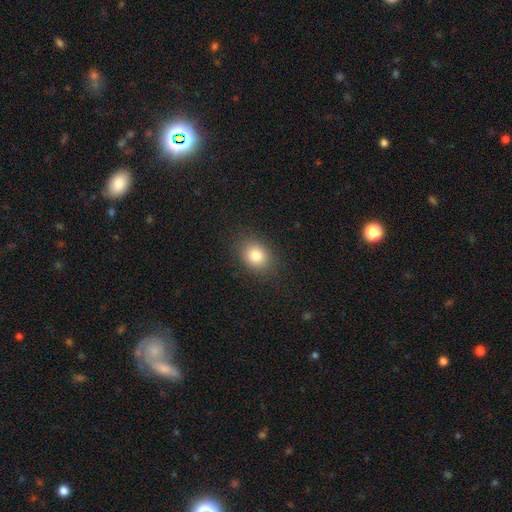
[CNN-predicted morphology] Q: Smooth or featured?
A: smooth (82%); runner-up: star or artifact (11%)
Q: How rounded?
A: in between (51%); runner-up: round (48%)
Q: Merging?
A: none (87%); runner-up: minor disturbance (9%)